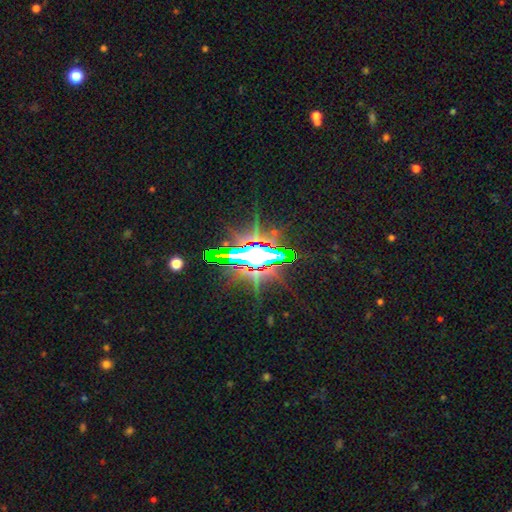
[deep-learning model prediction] A star or artifact, not a galaxy (72%).

Vote fractions:
- Smooth or featured? star or artifact: 72% / featured or disk: 17% / smooth: 11%